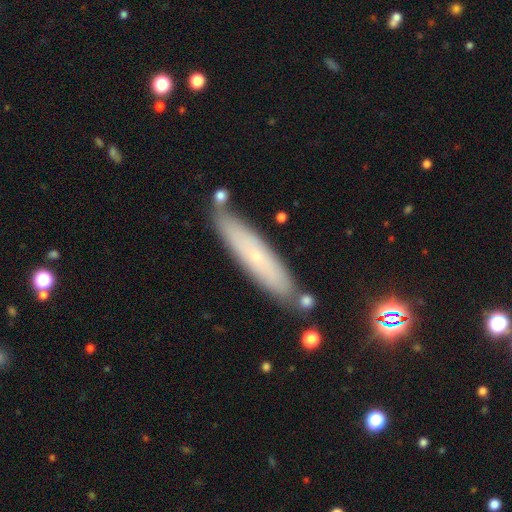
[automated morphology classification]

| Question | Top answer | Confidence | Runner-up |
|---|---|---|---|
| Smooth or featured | smooth | 55% | featured or disk (36%) |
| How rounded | cigar-shaped | 85% | in between (13%) |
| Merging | none | 82% | minor disturbance (11%) |